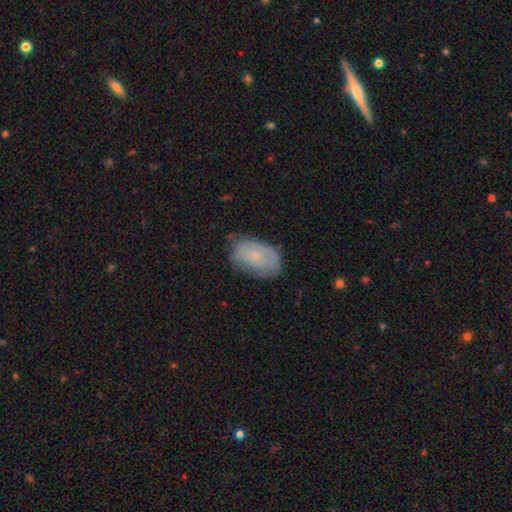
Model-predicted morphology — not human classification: A smooth galaxy with no disk features (61%) that is in between round and cigar-shaped (91%). Merging: none (64%).